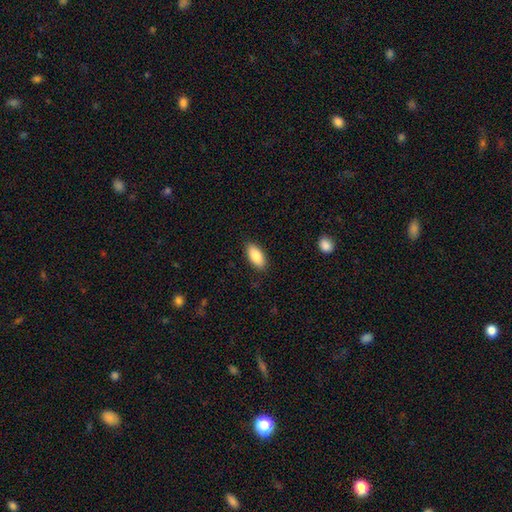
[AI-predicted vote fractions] Smooth or featured?
  - smooth: 88% *
  - star or artifact: 6%
  - featured or disk: 6%
How rounded?
  - in between: 89% *
  - cigar-shaped: 9%
  - round: 2%
Merging?
  - none: 88% *
  - minor disturbance: 9%
  - major disturbance: 2%
  - merger: 1%